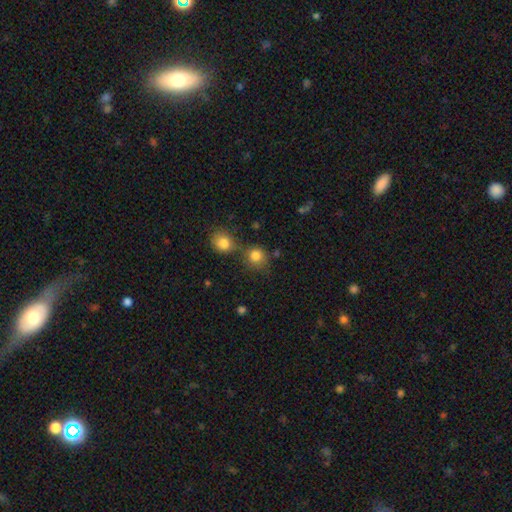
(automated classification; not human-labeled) A smooth galaxy with no disk features (82%) that is round (87%).

Vote fractions:
- Smooth or featured? smooth: 82% / star or artifact: 12% / featured or disk: 6%
- How rounded? round: 87% / in between: 12% / cigar-shaped: 1%
- Merging? none: 58% / merger: 27% / minor disturbance: 10% / major disturbance: 4%